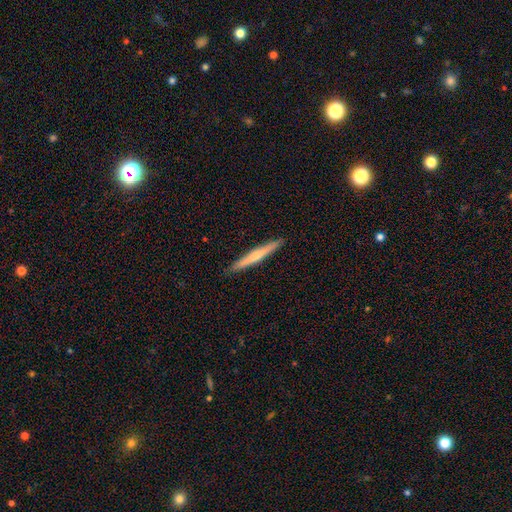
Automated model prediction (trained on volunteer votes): This is possibly a smooth galaxy (52%). How rounded: clearly cigar-shaped (96%). Merging: clearly none (91%).